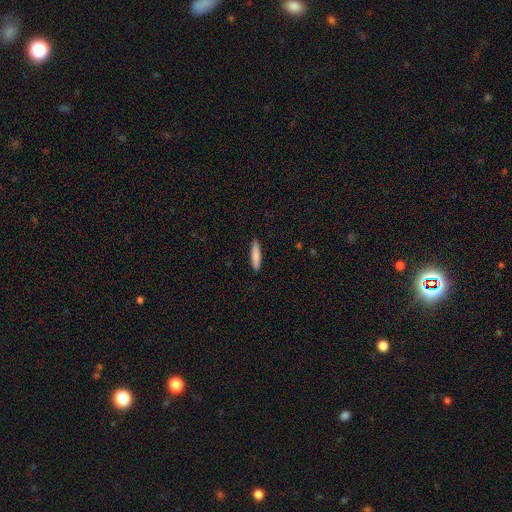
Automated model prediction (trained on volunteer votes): This is clearly a smooth galaxy (84%). How rounded: clearly cigar-shaped (86%). Merging: clearly none (91%).